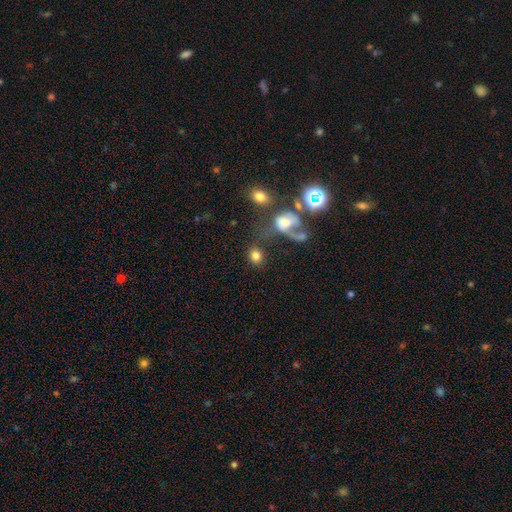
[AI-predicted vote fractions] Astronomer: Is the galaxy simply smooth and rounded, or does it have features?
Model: smooth — 77%.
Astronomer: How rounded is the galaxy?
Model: round — 64%.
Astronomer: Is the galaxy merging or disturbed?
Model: none — 49%.